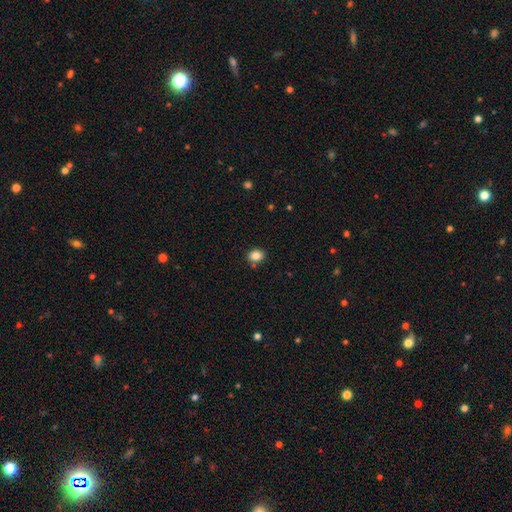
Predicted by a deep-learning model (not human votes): Morphology: type=smooth (84%); roundness=round (54%); merging=none (83%).